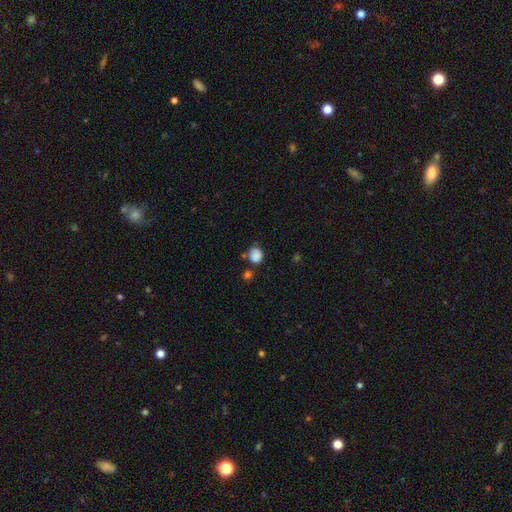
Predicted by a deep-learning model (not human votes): smooth_or_featured: smooth (p=0.84) [alt: star or artifact p=0.10]
how_rounded: round (p=0.66) [alt: in between p=0.33]
merging: none (p=0.59) [alt: minor disturbance p=0.23]